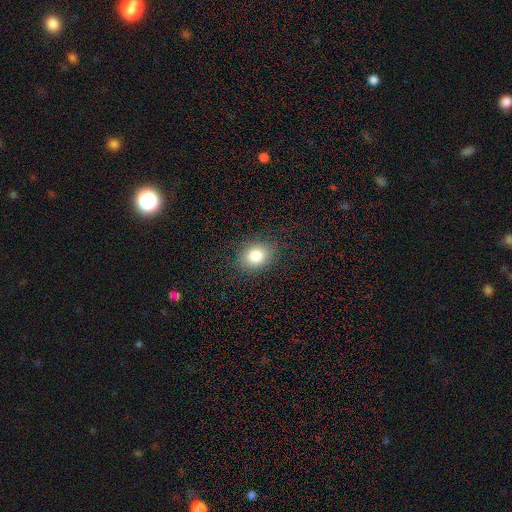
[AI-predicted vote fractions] Q: Smooth or featured?
A: smooth (81%); runner-up: star or artifact (11%)
Q: How rounded?
A: in between (52%); runner-up: round (48%)
Q: Merging?
A: none (87%); runner-up: minor disturbance (9%)